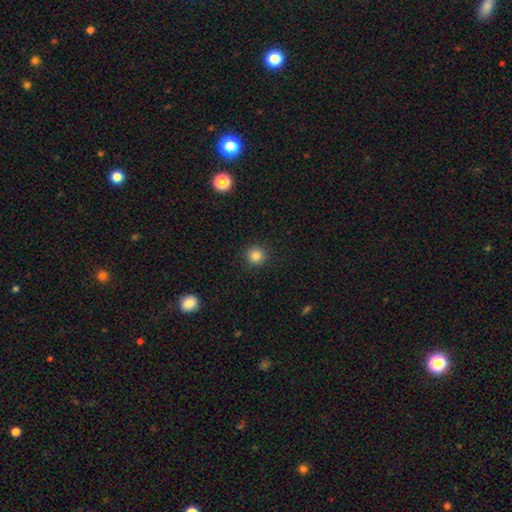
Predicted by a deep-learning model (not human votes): Overall: smooth (84%). How rounded: round (94%). Merging: none (91%).